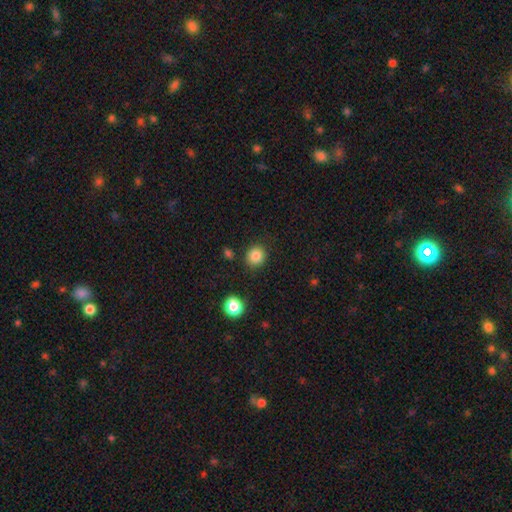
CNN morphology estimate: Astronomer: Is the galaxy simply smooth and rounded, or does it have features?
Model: smooth — 85%.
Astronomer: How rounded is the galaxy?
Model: round — 82%.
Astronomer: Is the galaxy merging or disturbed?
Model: none — 86%.